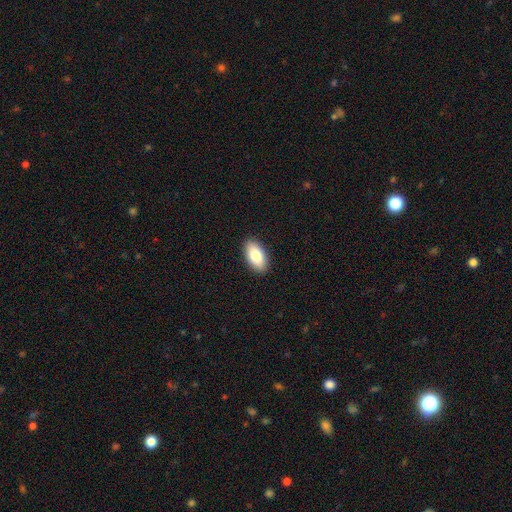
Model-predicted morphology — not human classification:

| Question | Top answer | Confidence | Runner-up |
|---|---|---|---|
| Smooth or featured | smooth | 82% | featured or disk (11%) |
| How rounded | in between | 93% | cigar-shaped (4%) |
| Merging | none | 90% | minor disturbance (7%) |